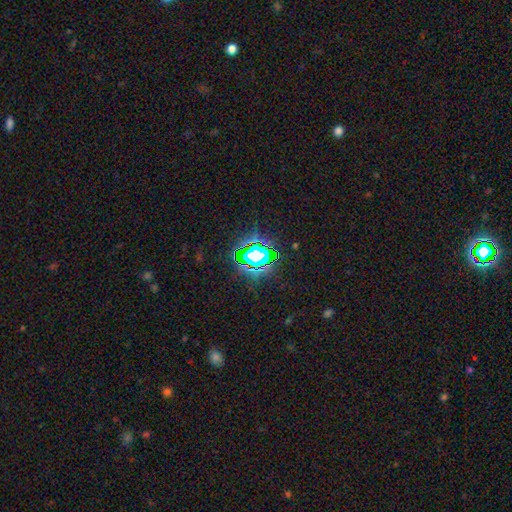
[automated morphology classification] The model was most divided on "smooth or featured": star or artifact: 72%, smooth: 15%, featured or disk: 12%.